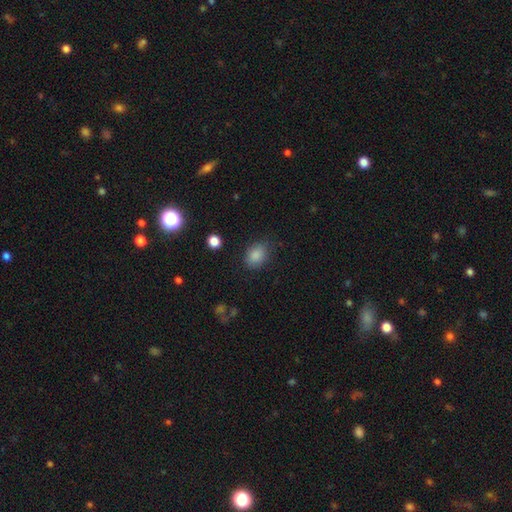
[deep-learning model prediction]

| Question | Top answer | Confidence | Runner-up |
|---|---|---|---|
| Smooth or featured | smooth | 83% | star or artifact (12%) |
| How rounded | in between | 64% | round (34%) |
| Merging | none | 81% | minor disturbance (14%) |